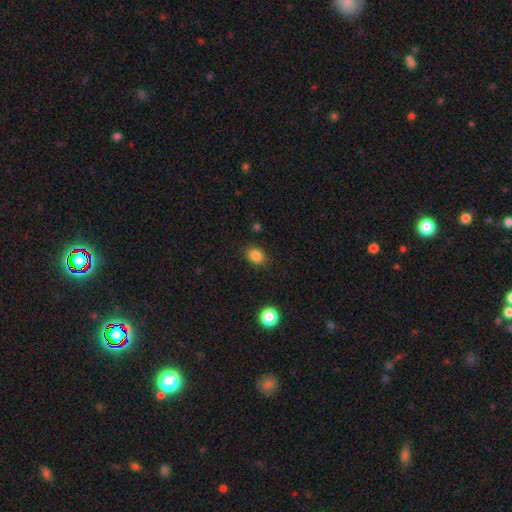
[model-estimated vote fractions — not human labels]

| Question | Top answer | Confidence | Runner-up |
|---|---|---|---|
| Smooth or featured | smooth | 85% | star or artifact (11%) |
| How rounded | in between | 61% | round (38%) |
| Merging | none | 86% | minor disturbance (10%) |